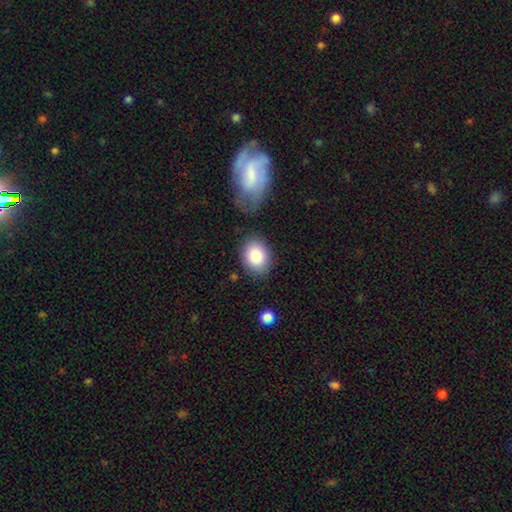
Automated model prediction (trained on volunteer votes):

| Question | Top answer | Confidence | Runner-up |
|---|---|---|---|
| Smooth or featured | smooth | 84% | featured or disk (8%) |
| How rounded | in between | 61% | round (38%) |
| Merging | none | 82% | minor disturbance (11%) |